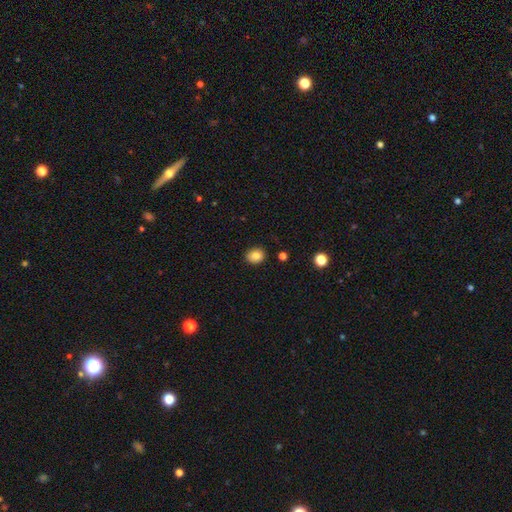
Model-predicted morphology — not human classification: This is clearly a smooth galaxy (84%). How rounded: possibly round (60%). Merging: clearly none (89%).